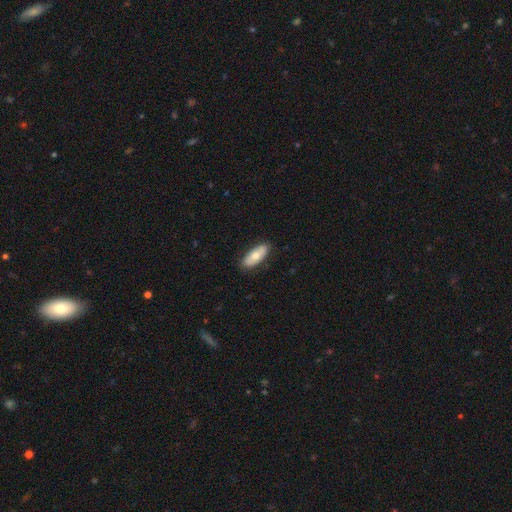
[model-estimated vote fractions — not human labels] The model was most divided on "smooth or featured": smooth: 67%, featured or disk: 28%, star or artifact: 6%. More confident: merging — none (86%); how rounded — in between (84%).